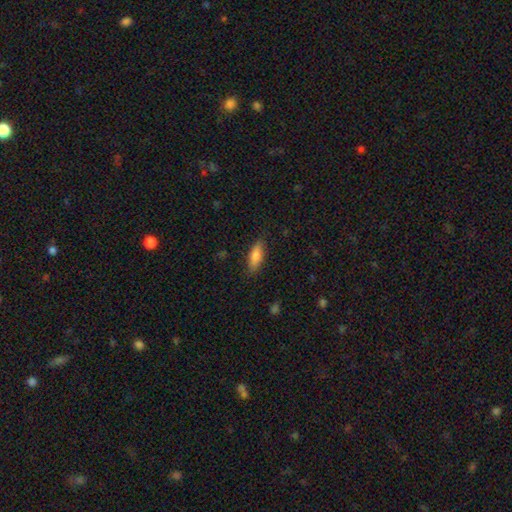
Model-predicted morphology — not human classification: A smooth galaxy with no disk features (79%) that is in between round and cigar-shaped (61%). Merging: none (85%).